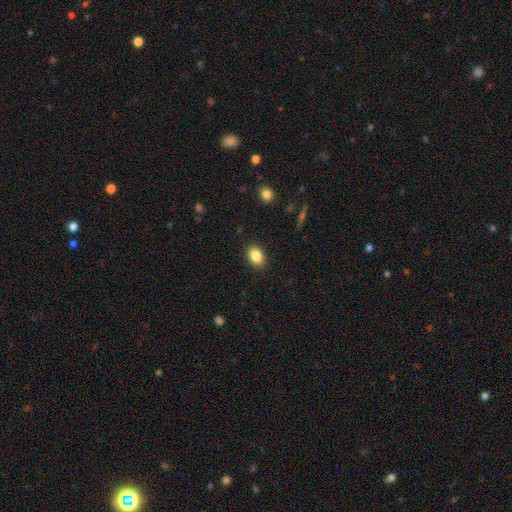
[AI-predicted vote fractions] Smooth or featured?
  - smooth: 85% *
  - star or artifact: 9%
  - featured or disk: 6%
How rounded?
  - in between: 77% *
  - round: 22%
  - cigar-shaped: 1%
Merging?
  - none: 89% *
  - minor disturbance: 8%
  - major disturbance: 2%
  - merger: 1%